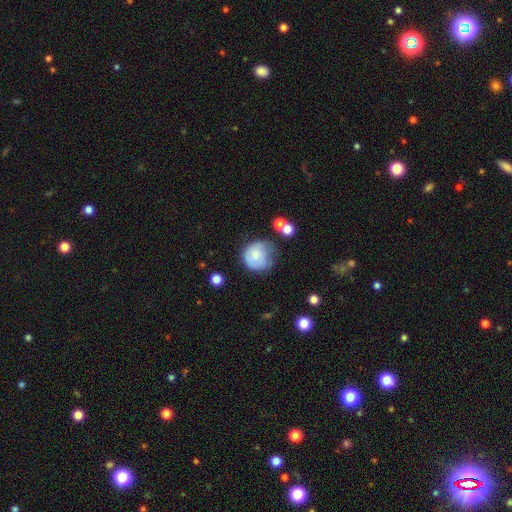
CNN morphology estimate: Smooth or featured: smooth — 70% (featured or disk — 22%)
How rounded: round — 87% (in between — 12%)
Merging: none — 50% (minor disturbance — 31%)